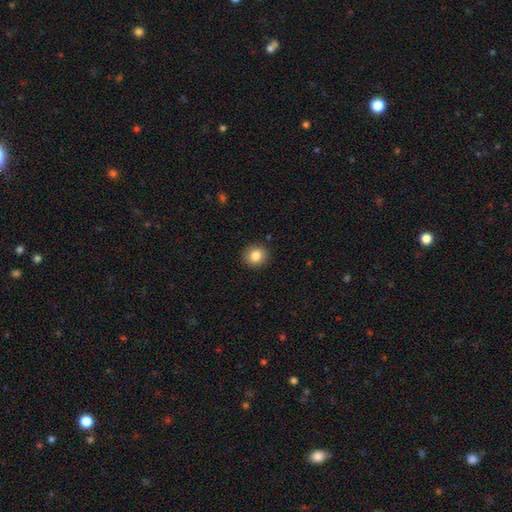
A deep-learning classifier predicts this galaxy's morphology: Smooth or featured: smooth — 84% (star or artifact — 10%)
How rounded: round — 89% (in between — 10%)
Merging: none — 91% (minor disturbance — 6%)